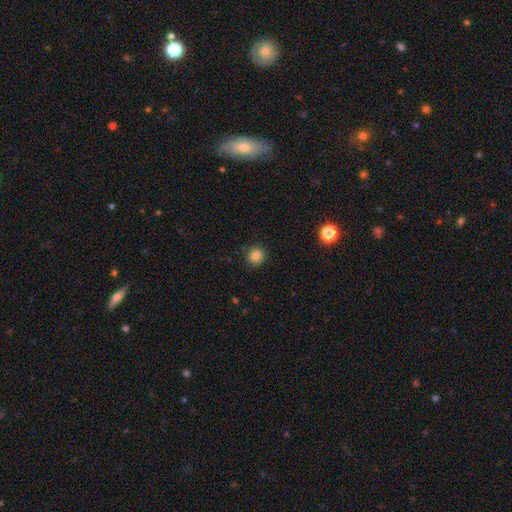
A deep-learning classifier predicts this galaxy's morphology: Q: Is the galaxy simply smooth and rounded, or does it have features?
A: smooth — 84%.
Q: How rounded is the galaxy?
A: round — 92%.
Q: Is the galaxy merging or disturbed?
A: none — 90%.